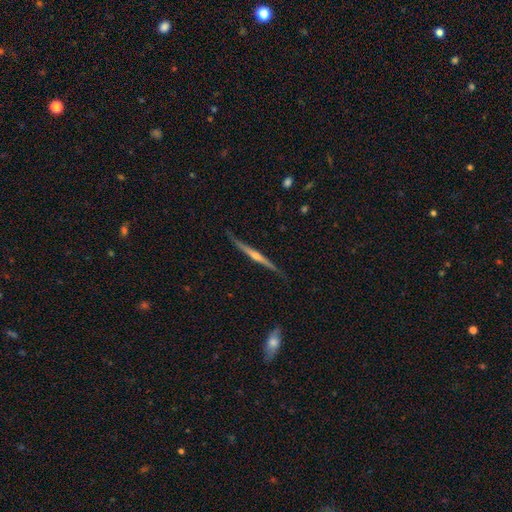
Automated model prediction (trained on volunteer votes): Smooth or featured?
  - featured or disk: 79% *
  - smooth: 16%
  - star or artifact: 5%
Edge-on disk?
  - yes: 97% *
  - no: 3%
Edge-on bulge?
  - rounded: 77% *
  - none: 17%
  - boxy: 6%
Merging?
  - none: 82% *
  - minor disturbance: 14%
  - major disturbance: 2%
  - merger: 2%